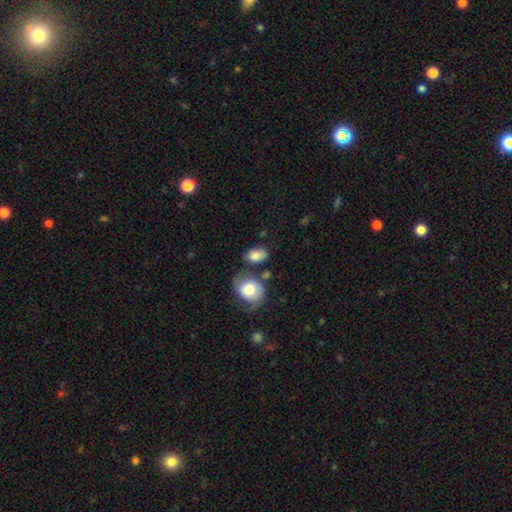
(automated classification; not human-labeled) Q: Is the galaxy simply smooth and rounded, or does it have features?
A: smooth — 80%.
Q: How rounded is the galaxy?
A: in between — 82%.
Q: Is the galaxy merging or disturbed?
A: none — 55%.